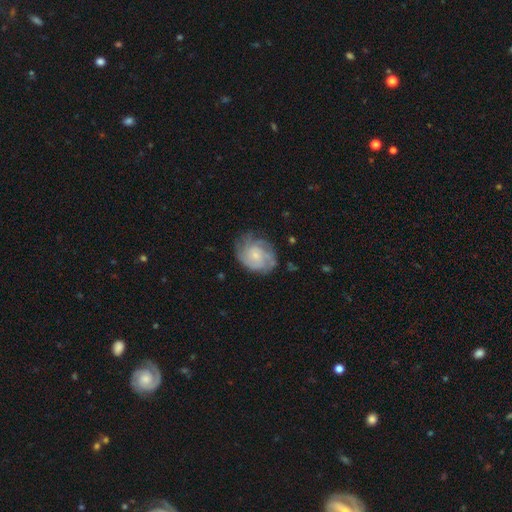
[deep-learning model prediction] Smooth or featured?
  - featured or disk: 65% *
  - smooth: 27%
  - star or artifact: 7%
Edge-on disk?
  - no: 98% *
  - yes: 2%
Bar?
  - no: 79% *
  - weak: 19%
  - strong: 2%
Spiral arms?
  - yes: 87% *
  - no: 13%
Spiral winding?
  - tight: 56% *
  - medium: 33%
  - loose: 12%
Spiral arm count?
  - can't tell: 43% *
  - 3: 18%
  - 2: 15%
  - 4: 14%
  - more than 4: 6%
  - 1: 5%
Bulge size?
  - small: 72% *
  - moderate: 20%
  - none: 6%
  - large: 2%
  - dominant: 1%
Merging?
  - none: 63% *
  - minor disturbance: 24%
  - major disturbance: 12%
  - merger: 2%